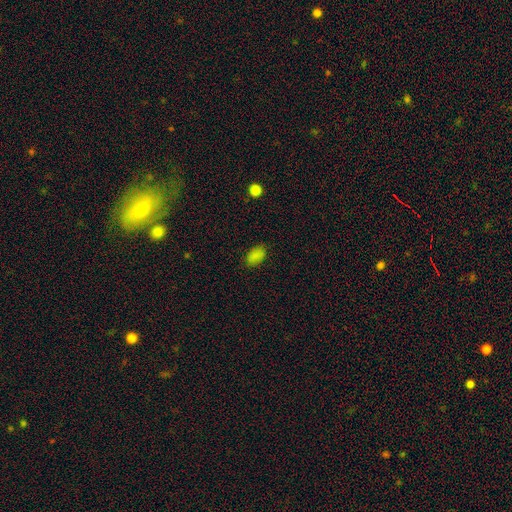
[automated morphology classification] Overall: smooth (85%). How rounded: in between (91%). Merging: none (84%).